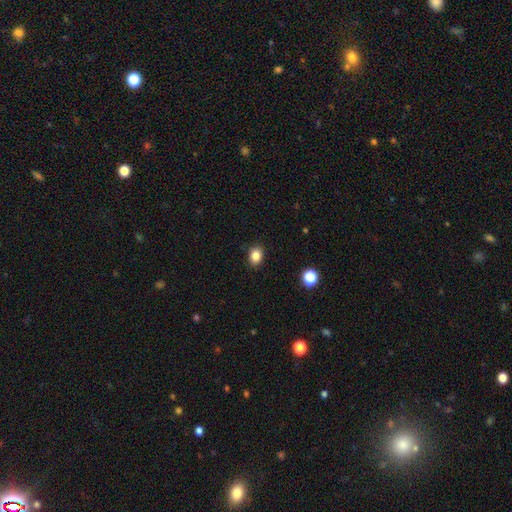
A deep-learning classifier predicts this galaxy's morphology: This is clearly a smooth galaxy (85%). How rounded: likely in between (61%). Merging: clearly none (88%).